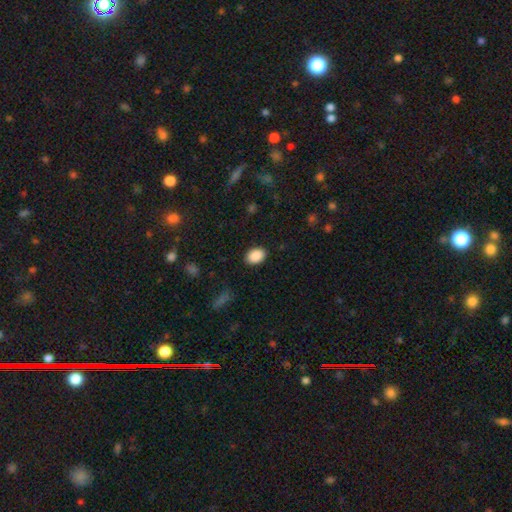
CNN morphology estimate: Smooth or featured? smooth (90%)
How rounded? in between (82%)
Merging? none (88%)